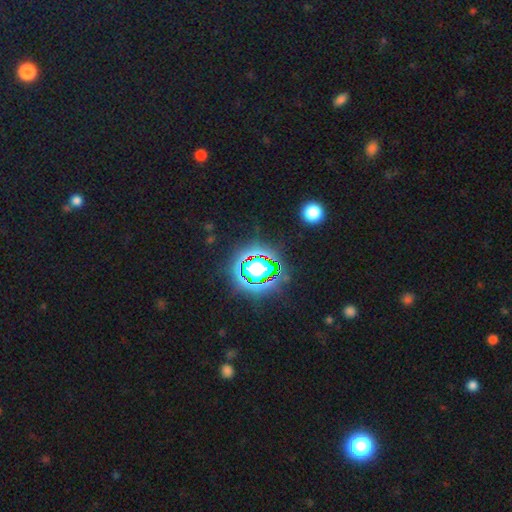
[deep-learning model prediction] smooth_or_featured: star or artifact (p=0.82) [alt: smooth p=0.11]